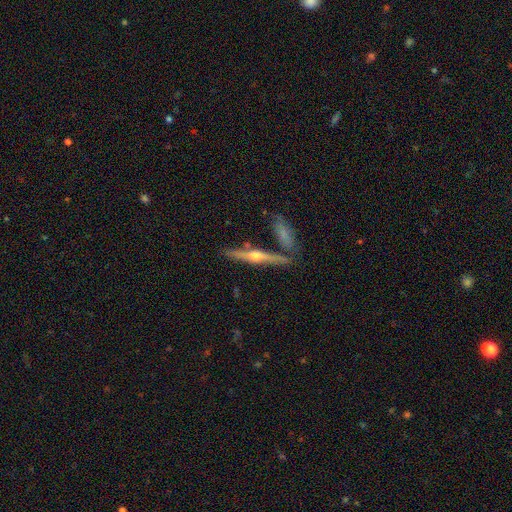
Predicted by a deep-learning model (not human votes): This is likely a featured or disk galaxy (76%). It is clearly viewed edge-on (97%). Edge-on bulge: clearly rounded (92%). Merging: clearly none (81%).